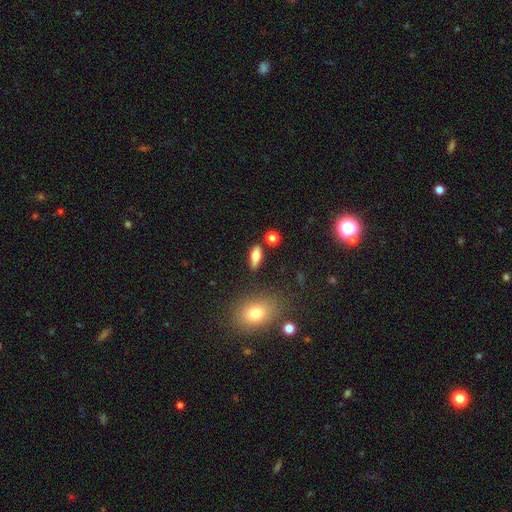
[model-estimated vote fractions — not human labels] smooth-or-featured: smooth: 70% | featured or disk: 22% | star or artifact: 8%
  how-rounded: in between: 66% | cigar-shaped: 28% | round: 6%
  merging: none: 81% | minor disturbance: 11% | merger: 5% | major disturbance: 3%